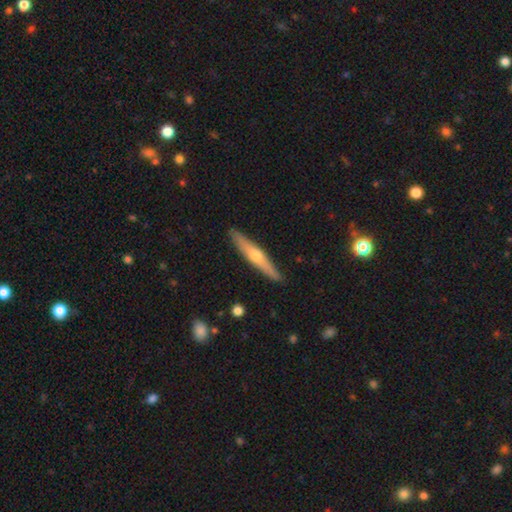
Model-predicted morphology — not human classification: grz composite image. It shows a featured or disk galaxy (62%) viewed edge-on (95%) with a rounded central bulge (89%). Merging: none (91%).